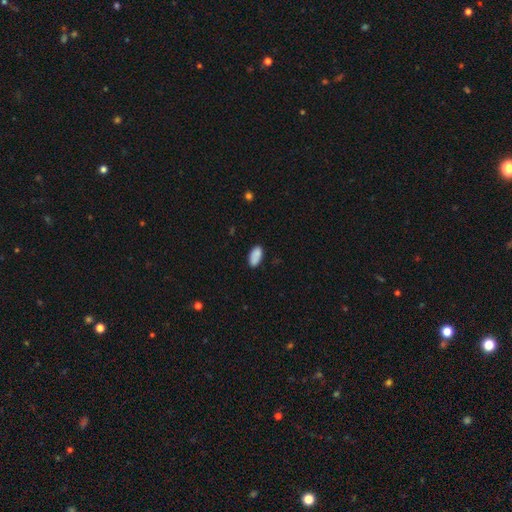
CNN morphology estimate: Q: Smooth or featured?
A: smooth (87%); runner-up: star or artifact (7%)
Q: How rounded?
A: in between (93%); runner-up: cigar-shaped (4%)
Q: Merging?
A: none (82%); runner-up: minor disturbance (14%)